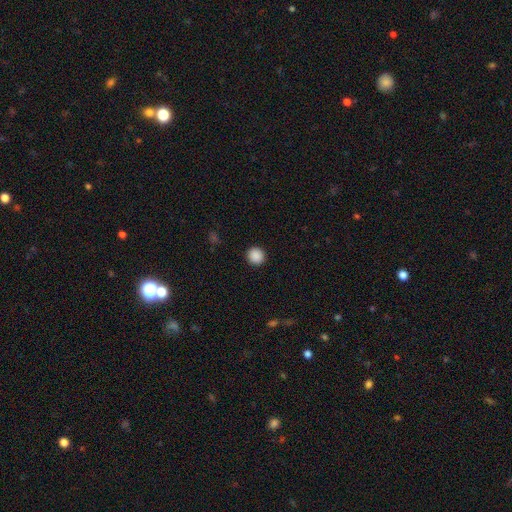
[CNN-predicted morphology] The model was most divided on "smooth or featured": smooth: 89%, star or artifact: 9%, featured or disk: 2%. More confident: merging — none (93%); how rounded — round (92%).